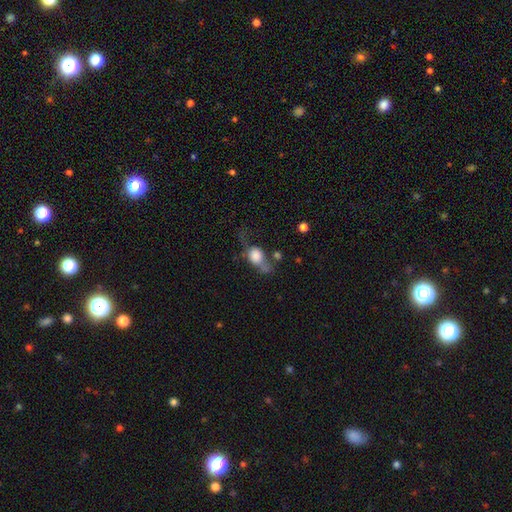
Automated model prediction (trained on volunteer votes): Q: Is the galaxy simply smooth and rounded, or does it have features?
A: smooth — 66%.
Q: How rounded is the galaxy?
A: round — 48%, tied with in between.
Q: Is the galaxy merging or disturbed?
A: major disturbance — 34%.